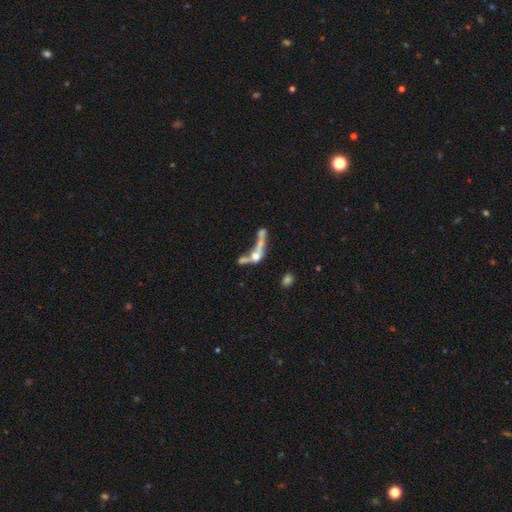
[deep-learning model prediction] A featured or disk galaxy (50%). Merging: merger (49%).